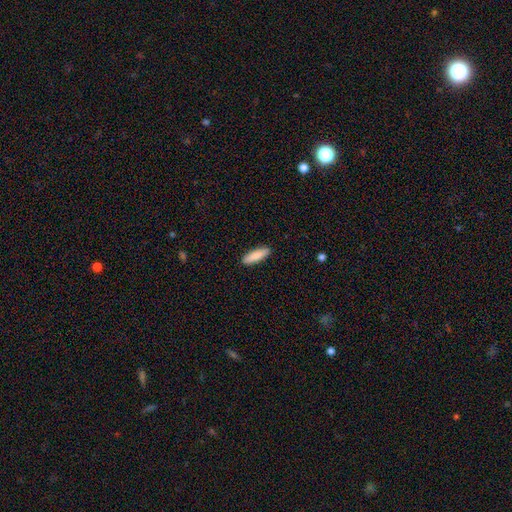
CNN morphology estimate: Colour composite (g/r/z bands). It shows a smooth galaxy with no disk features (86%) that is cigar-shaped (61%). Merging: none (91%).